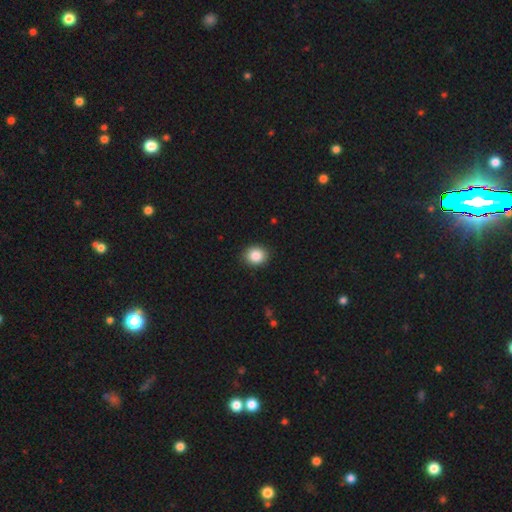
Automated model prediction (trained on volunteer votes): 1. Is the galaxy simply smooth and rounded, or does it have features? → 87% smooth, 9% star or artifact, 4% featured or disk.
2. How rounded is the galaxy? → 74% round, 25% in between, 1% cigar-shaped.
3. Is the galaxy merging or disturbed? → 90% none, 7% minor disturbance, 2% major disturbance, 1% merger.